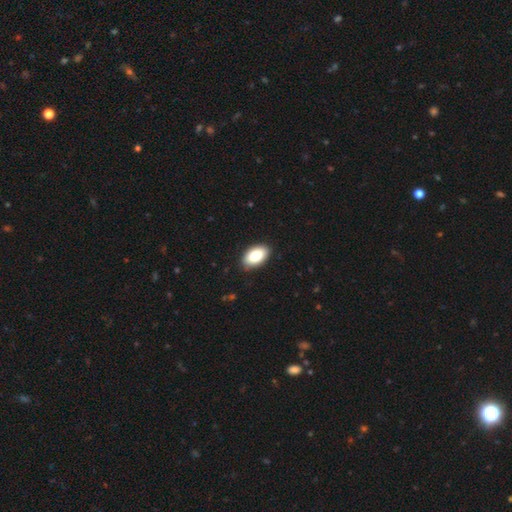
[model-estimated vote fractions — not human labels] A smooth galaxy with no disk features (82%) that is in between round and cigar-shaped (94%).

Vote fractions:
- Smooth or featured? smooth: 82% / featured or disk: 11% / star or artifact: 7%
- How rounded? in between: 94% / round: 5% / cigar-shaped: 2%
- Merging? none: 89% / minor disturbance: 9% / major disturbance: 2% / merger: 1%